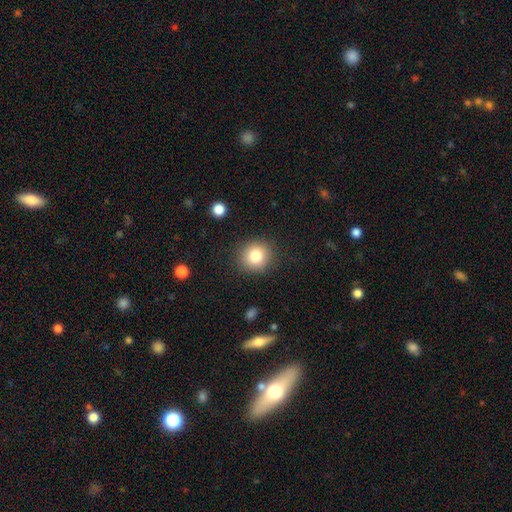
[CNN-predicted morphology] smooth 81%, star or artifact 11%, featured or disk 8%. Down the decision tree: how rounded — round (89%); merging — none (88%).